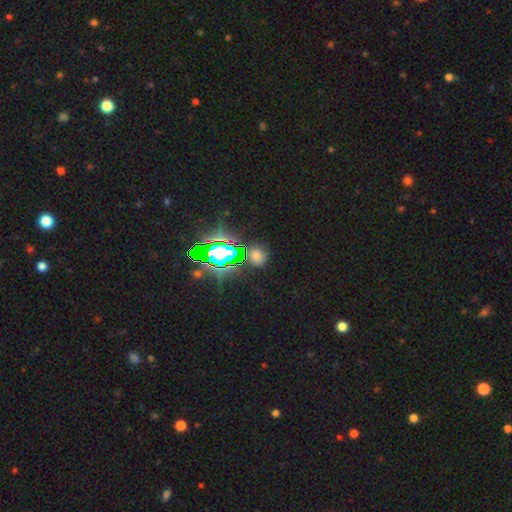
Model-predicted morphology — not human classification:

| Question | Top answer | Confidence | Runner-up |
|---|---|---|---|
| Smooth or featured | star or artifact | 53% | smooth (36%) |